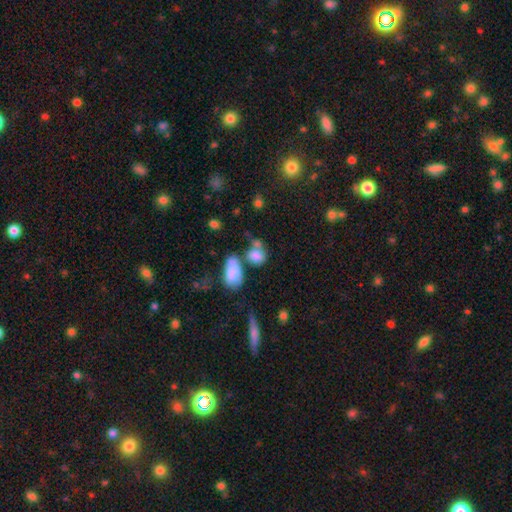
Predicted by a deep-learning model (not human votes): Q: Smooth or featured?
A: smooth (77%); runner-up: featured or disk (12%)
Q: How rounded?
A: in between (61%); runner-up: round (37%)
Q: Merging?
A: merger (39%); runner-up: none (35%)